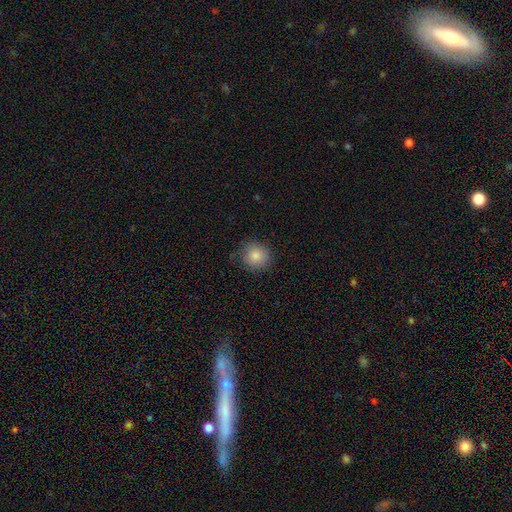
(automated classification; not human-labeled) A smooth galaxy with no disk features (84%) that is round (88%). Merging: none (75%).